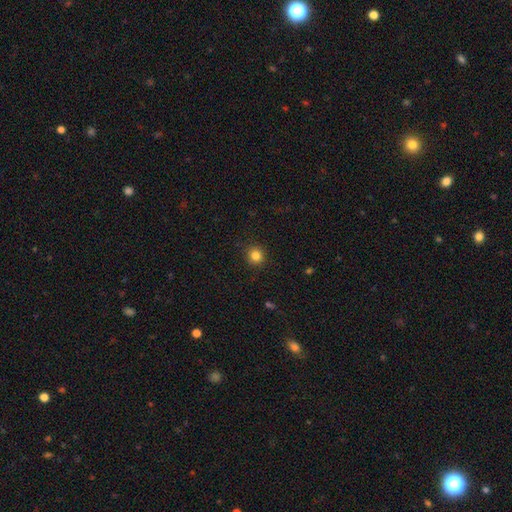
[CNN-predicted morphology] Smooth or featured: smooth — 83% (star or artifact — 12%)
How rounded: round — 92% (in between — 7%)
Merging: none — 90% (minor disturbance — 7%)